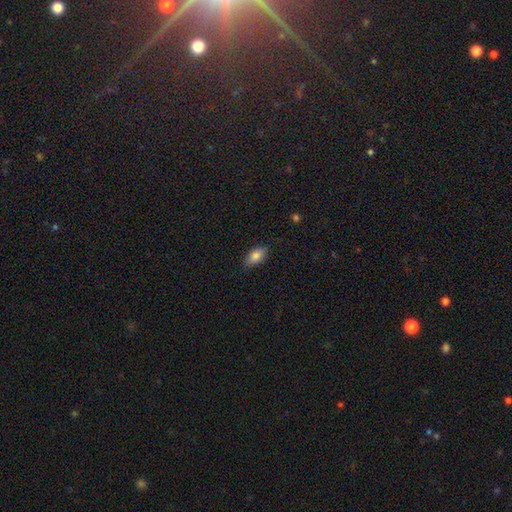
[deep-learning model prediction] smooth_or_featured: smooth (p=0.80) [alt: featured or disk p=0.12]
how_rounded: in between (p=0.89) [alt: cigar-shaped p=0.07]
merging: none (p=0.82) [alt: minor disturbance p=0.14]